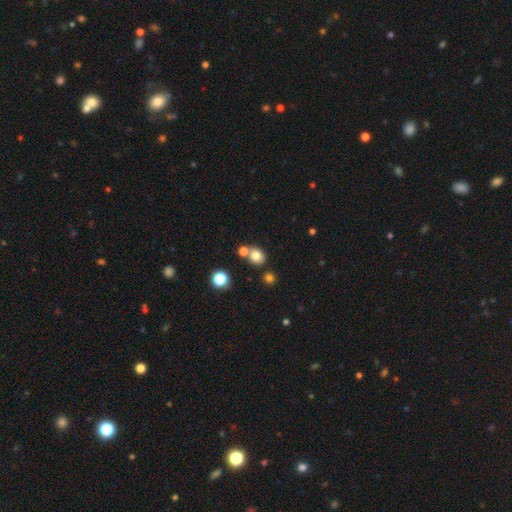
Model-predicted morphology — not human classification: Overall: smooth (78%). How rounded: round (69%; in between 30%). Merging: none (62%; merger 25%).